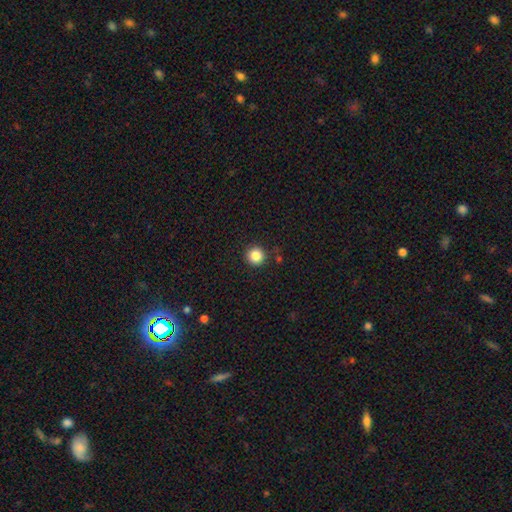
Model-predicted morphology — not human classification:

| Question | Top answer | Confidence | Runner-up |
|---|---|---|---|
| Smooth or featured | smooth | 85% | star or artifact (11%) |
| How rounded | round | 95% | in between (4%) |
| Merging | none | 90% | minor disturbance (6%) |